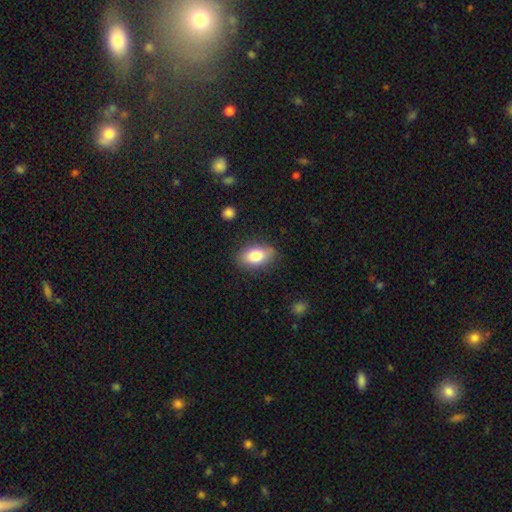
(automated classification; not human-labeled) A smooth galaxy with no disk features (80%) that is in between round and cigar-shaped (88%). Merging: none (84%).